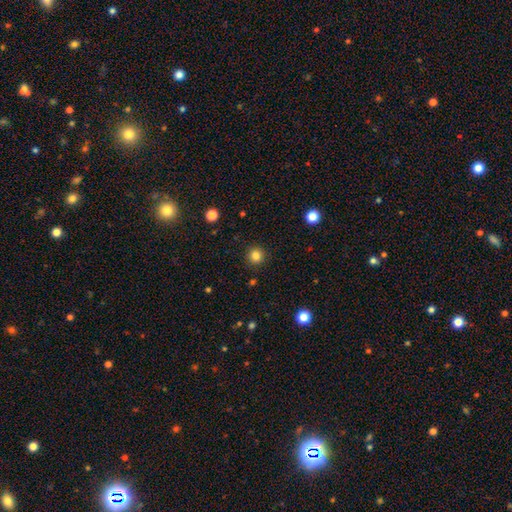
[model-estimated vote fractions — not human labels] A smooth galaxy with no disk features (83%) that is round (95%).

Vote fractions:
- Smooth or featured? smooth: 83% / star or artifact: 13% / featured or disk: 4%
- How rounded? round: 95% / in between: 4% / cigar-shaped: 1%
- Merging? none: 92% / minor disturbance: 5% / major disturbance: 2% / merger: 1%